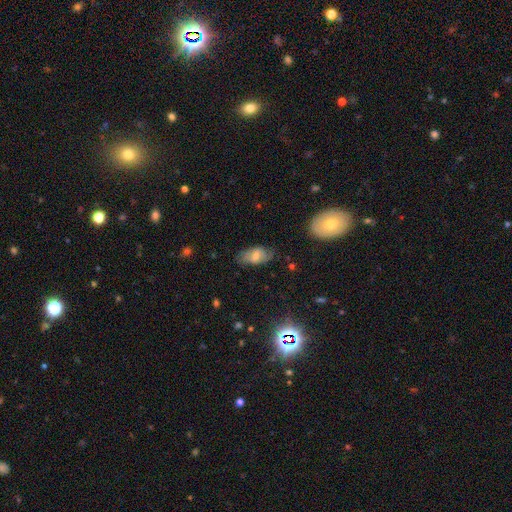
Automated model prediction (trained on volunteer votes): This appears to be a smooth galaxy with no disk features (61%) that is in between round and cigar-shaped (91%). Merging: none (70%).